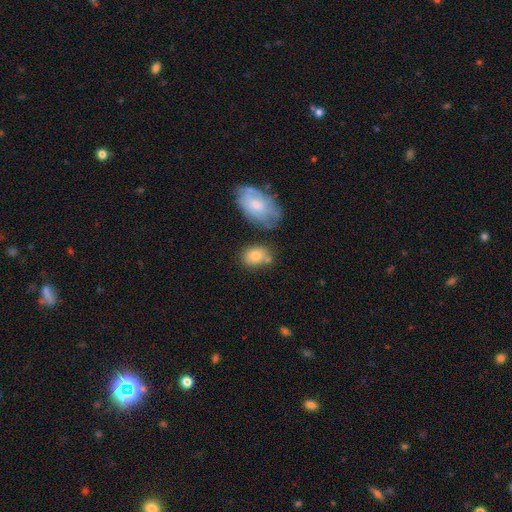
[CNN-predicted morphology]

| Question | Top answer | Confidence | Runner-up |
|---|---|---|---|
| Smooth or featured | smooth | 80% | featured or disk (13%) |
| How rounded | in between | 75% | round (23%) |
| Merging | none | 59% | minor disturbance (20%) |